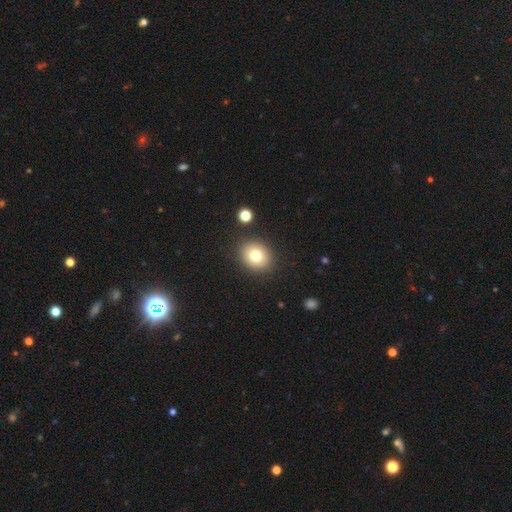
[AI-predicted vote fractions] Smooth or featured: smooth — 77% (featured or disk — 11%)
How rounded: round — 65% (in between — 34%)
Merging: none — 88% (minor disturbance — 7%)